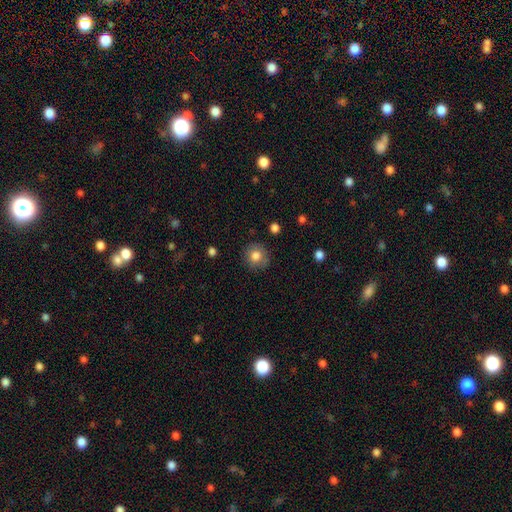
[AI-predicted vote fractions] Smooth or featured? smooth (81%)
How rounded? round (91%)
Merging? none (86%)